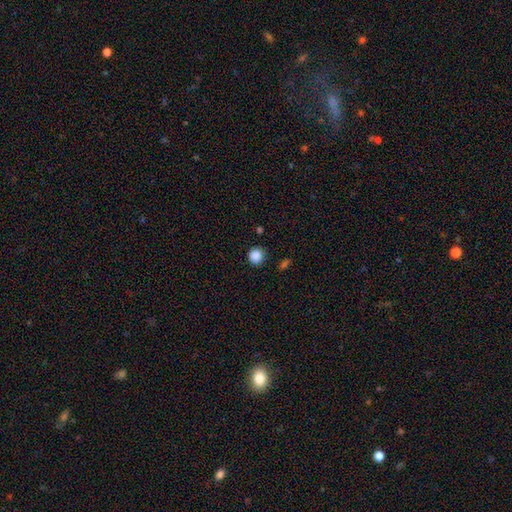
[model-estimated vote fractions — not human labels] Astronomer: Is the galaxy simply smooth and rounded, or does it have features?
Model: smooth — 87%.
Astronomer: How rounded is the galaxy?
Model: round — 91%.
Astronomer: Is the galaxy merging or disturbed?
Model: none — 87%.